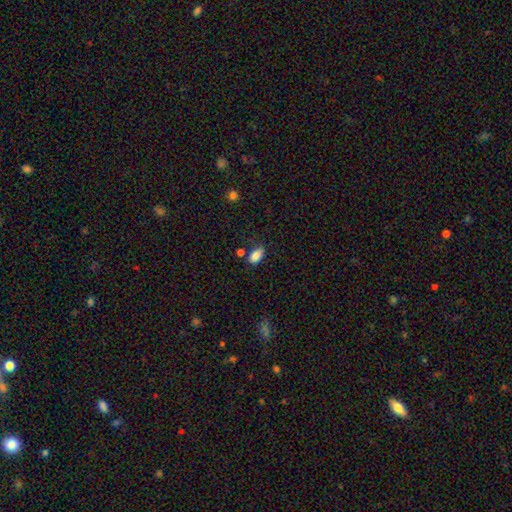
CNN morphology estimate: Smooth or featured? Predicted: smooth (p=0.86). How rounded? Predicted: in between (p=0.91). Merging? Predicted: none (p=0.72).